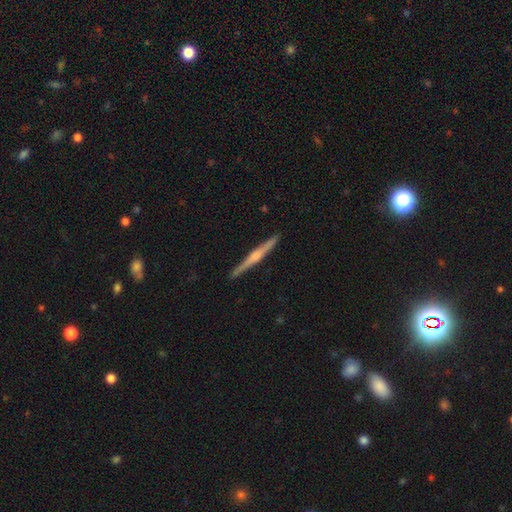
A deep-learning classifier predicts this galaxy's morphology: This is likely a featured or disk galaxy (71%). It is clearly viewed edge-on (98%). Edge-on bulge: likely rounded (68%). Merging: clearly none (92%).